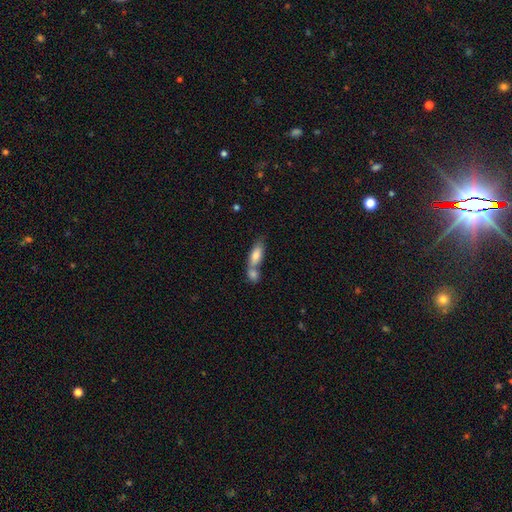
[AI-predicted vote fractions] A smooth galaxy with no disk features (76%) that is in between round and cigar-shaped (70%). Merging: merger (59%).